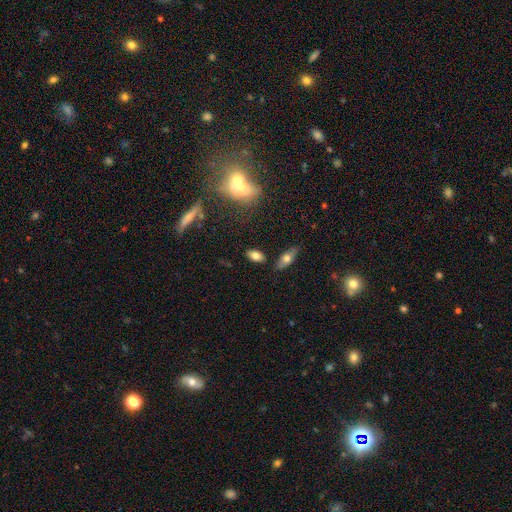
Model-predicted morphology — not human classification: smooth_or_featured: smooth (p=0.75) [alt: featured or disk p=0.15]
how_rounded: in between (p=0.89) [alt: cigar-shaped p=0.06]
merging: none (p=0.81) [alt: minor disturbance p=0.11]